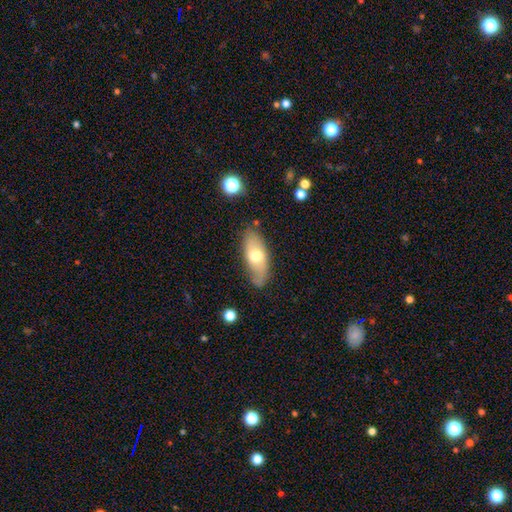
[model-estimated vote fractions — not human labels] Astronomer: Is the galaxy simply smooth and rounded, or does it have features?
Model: smooth — 59% (runner-up: featured or disk, 35%).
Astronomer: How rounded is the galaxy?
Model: in between — 83%.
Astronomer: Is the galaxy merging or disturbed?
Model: none — 75%.